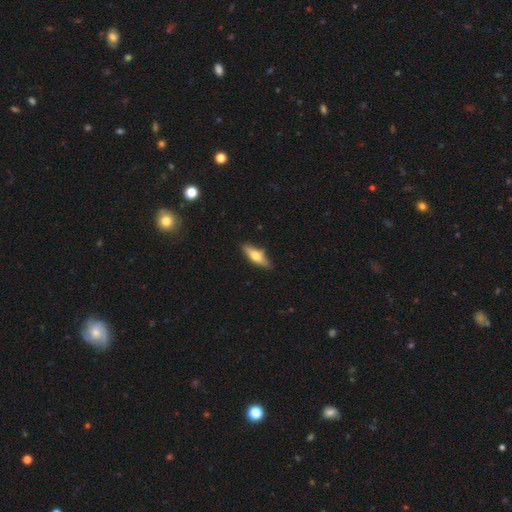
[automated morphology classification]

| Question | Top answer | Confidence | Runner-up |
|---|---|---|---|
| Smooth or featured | smooth | 57% | featured or disk (37%) |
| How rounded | cigar-shaped | 51% | in between (47%) |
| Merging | none | 80% | minor disturbance (14%) |